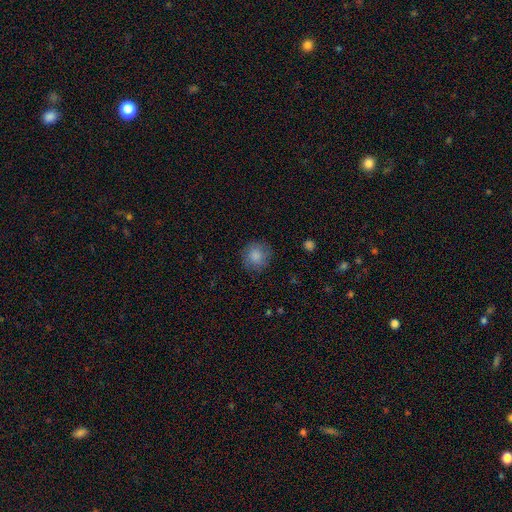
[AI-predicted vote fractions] A smooth galaxy with no disk features (85%) that is round (89%). Merging: none (83%).